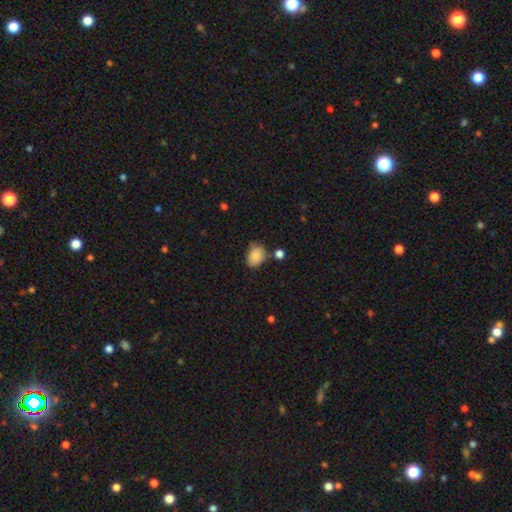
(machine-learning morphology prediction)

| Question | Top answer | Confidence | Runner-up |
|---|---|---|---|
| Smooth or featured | smooth | 86% | star or artifact (8%) |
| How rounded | in between | 71% | round (28%) |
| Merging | none | 63% | minor disturbance (24%) |